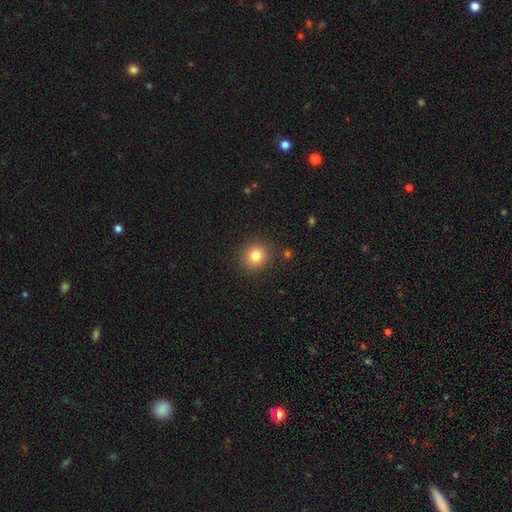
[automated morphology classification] Smooth or featured? Predicted: smooth (p=0.81). How rounded? Predicted: round (p=0.88). Merging? Predicted: none (p=0.89).